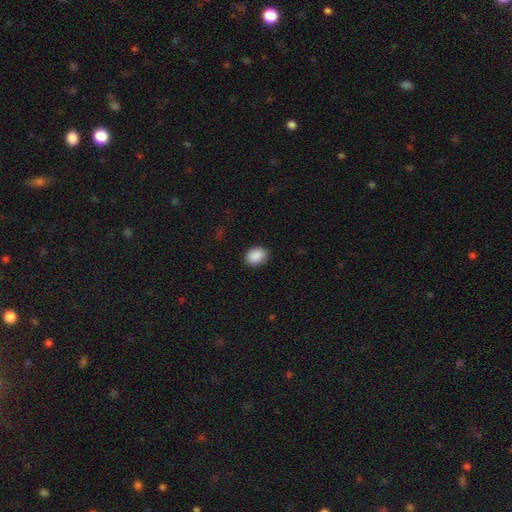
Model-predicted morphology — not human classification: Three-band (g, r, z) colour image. It shows a smooth galaxy with no disk features (90%) that is in between round and cigar-shaped (65%). Merging: none (89%).